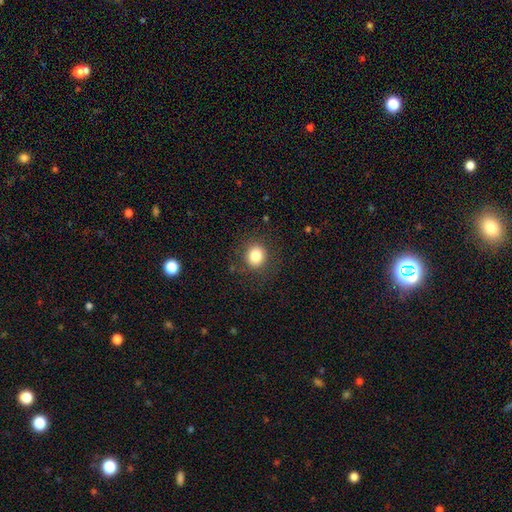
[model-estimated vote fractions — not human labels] This appears to be a smooth galaxy with no disk features (82%) that is round (81%). Merging: none (87%).